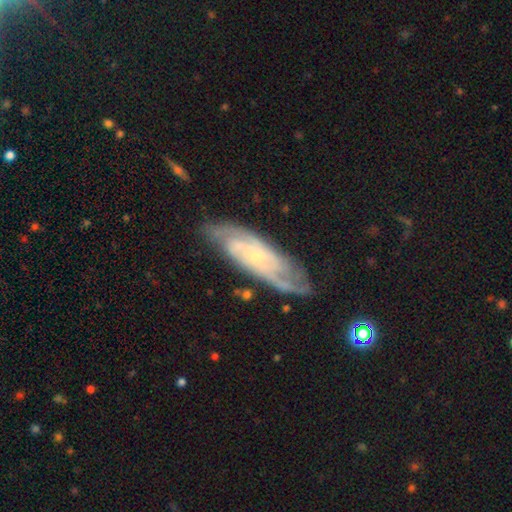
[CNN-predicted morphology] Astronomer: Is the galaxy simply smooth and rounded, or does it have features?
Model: featured or disk — 84%.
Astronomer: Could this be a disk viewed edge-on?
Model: no — 87%.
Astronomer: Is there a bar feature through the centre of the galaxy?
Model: no — 64%.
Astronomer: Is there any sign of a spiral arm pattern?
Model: yes — 96%.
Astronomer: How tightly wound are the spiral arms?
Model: tight — 58% (runner-up: medium, 34%).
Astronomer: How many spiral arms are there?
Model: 2 — 35% (runner-up: can't tell, 29%).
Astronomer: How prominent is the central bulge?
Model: small — 70%.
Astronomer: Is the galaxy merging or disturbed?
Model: none — 75%.